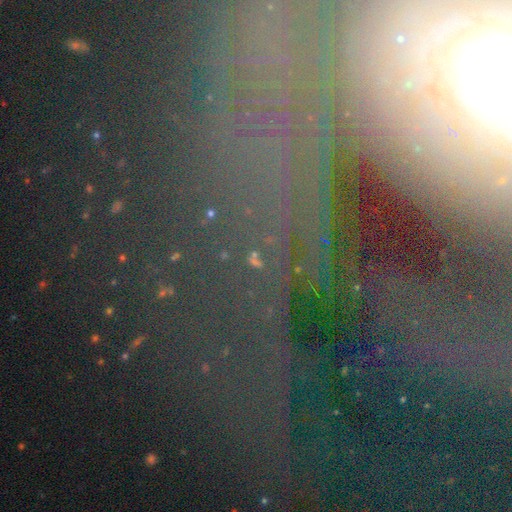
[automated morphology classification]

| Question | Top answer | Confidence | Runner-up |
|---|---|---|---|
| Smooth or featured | star or artifact | 59% | featured or disk (25%) |